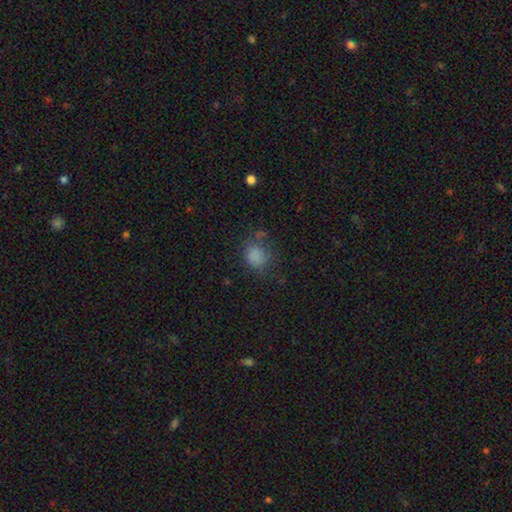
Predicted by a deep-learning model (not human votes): Smooth or featured? Predicted: smooth (p=0.79). How rounded? Predicted: round (p=0.70). Merging? Predicted: none (p=0.61).